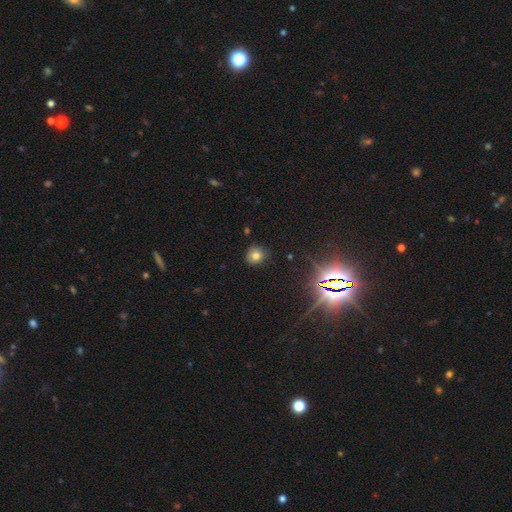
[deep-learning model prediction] smooth 74%, star or artifact 18%, featured or disk 8%. Down the decision tree: how rounded — round (86%); merging — none (82%).